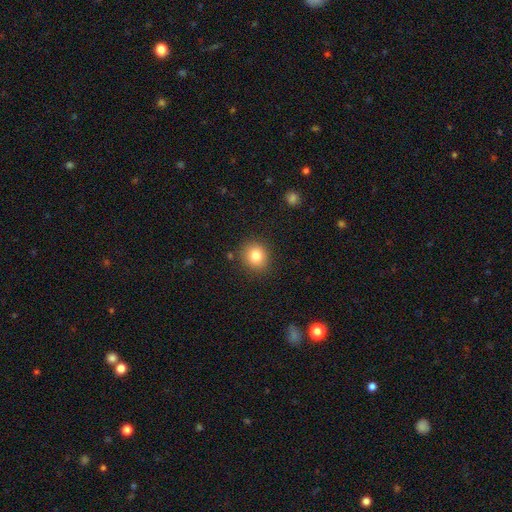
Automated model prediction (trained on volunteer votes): smooth-or-featured: smooth: 82% | star or artifact: 10% | featured or disk: 7%
  how-rounded: round: 83% | in between: 16% | cigar-shaped: 1%
  merging: none: 87% | minor disturbance: 9% | major disturbance: 3% | merger: 2%